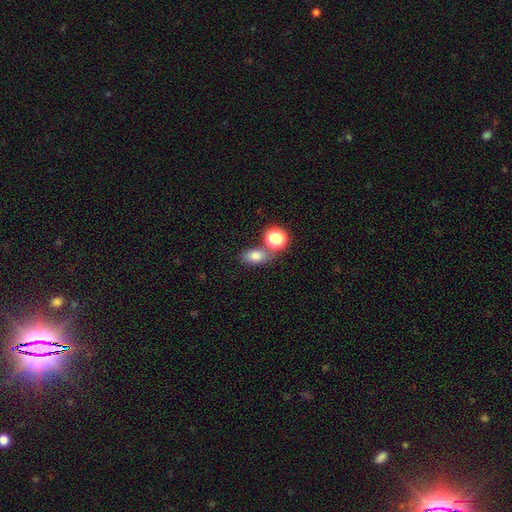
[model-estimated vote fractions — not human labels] Smooth or featured? Predicted: smooth (p=0.77). How rounded? Predicted: in between (p=0.76). Merging? Predicted: none (p=0.61).